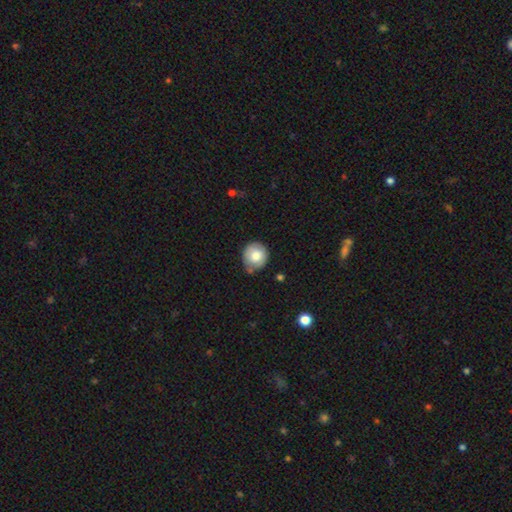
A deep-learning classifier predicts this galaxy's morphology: Smooth or featured?
  - smooth: 76% *
  - featured or disk: 17%
  - star or artifact: 7%
How rounded?
  - round: 82% *
  - in between: 17%
  - cigar-shaped: 1%
Merging?
  - none: 69% *
  - minor disturbance: 24%
  - major disturbance: 4%
  - merger: 3%